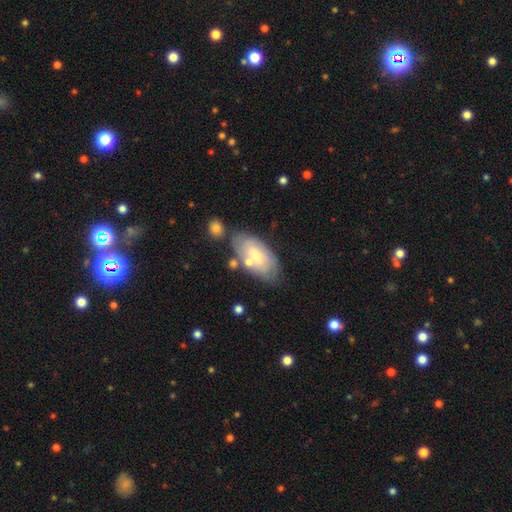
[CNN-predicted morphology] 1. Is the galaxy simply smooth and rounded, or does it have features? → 52% smooth, 42% featured or disk, 7% star or artifact.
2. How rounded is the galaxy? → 93% in between, 4% cigar-shaped, 3% round.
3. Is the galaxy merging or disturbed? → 61% none, 20% minor disturbance, 12% merger, 6% major disturbance.